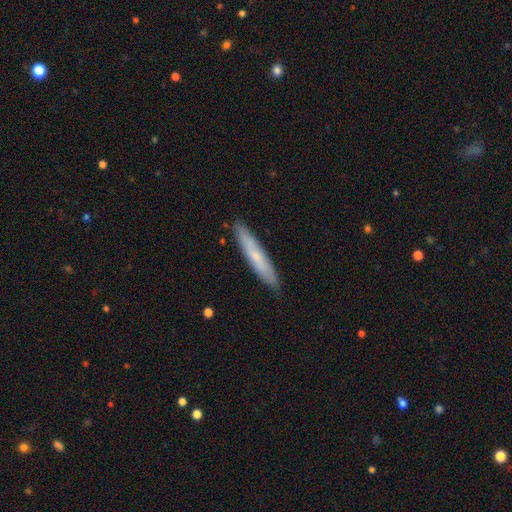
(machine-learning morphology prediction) Smooth or featured? Predicted: smooth (p=0.60). How rounded? Predicted: cigar-shaped (p=0.92). Merging? Predicted: none (p=0.88).